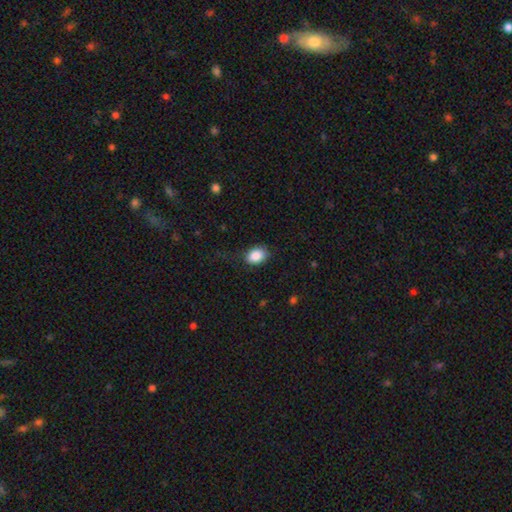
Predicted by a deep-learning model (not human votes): Morphology: type=smooth (88%); roundness=in between (71%); merging=none (74%).